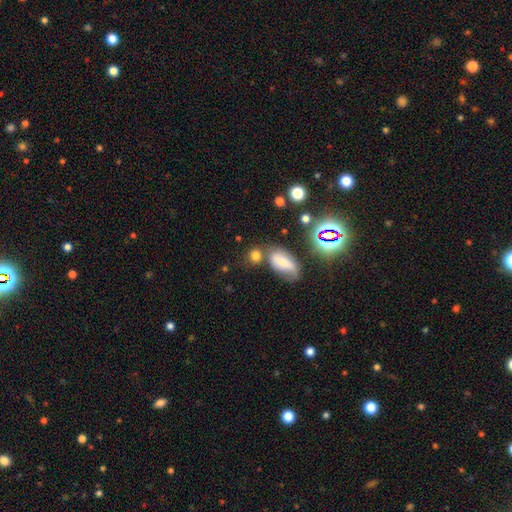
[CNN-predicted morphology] A smooth galaxy with no disk features (71%) that is round (53%).

Vote fractions:
- Smooth or featured? smooth: 71% / star or artifact: 17% / featured or disk: 12%
- How rounded? round: 53% / in between: 43% / cigar-shaped: 4%
- Merging? none: 55% / merger: 23% / minor disturbance: 15% / major disturbance: 7%